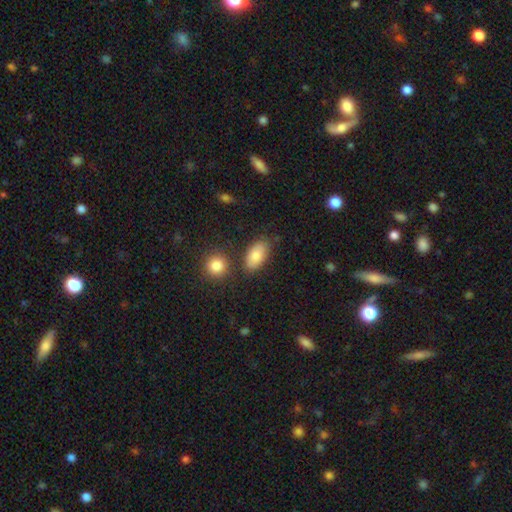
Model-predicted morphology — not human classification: A smooth galaxy with no disk features (84%) that is in between round and cigar-shaped (91%). Merging: none (75%).